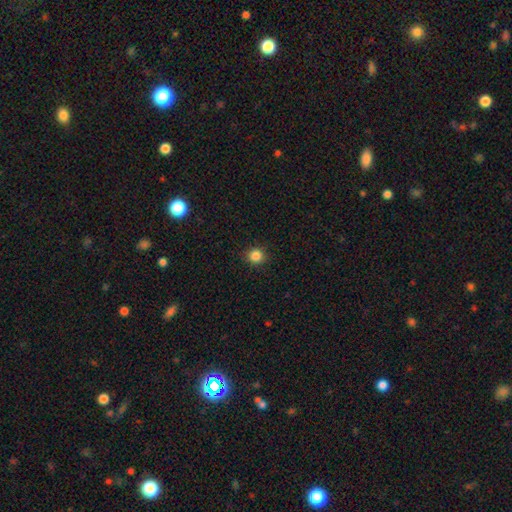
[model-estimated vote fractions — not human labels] Smooth or featured: smooth — 84% (star or artifact — 12%)
How rounded: round — 90% (in between — 9%)
Merging: none — 90% (minor disturbance — 7%)